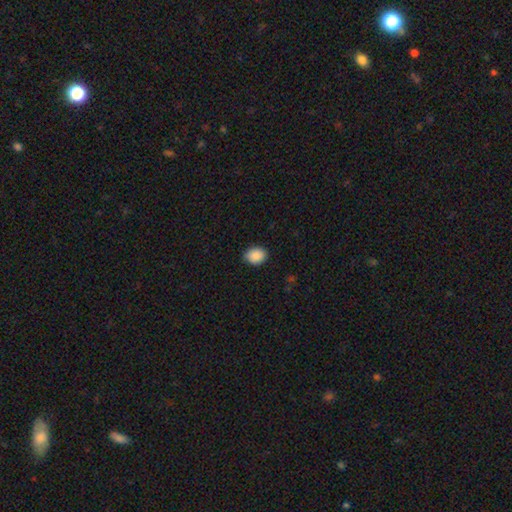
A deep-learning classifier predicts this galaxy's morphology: Smooth or featured? Predicted: smooth (p=0.89). How rounded? Predicted: in between (p=0.56). Merging? Predicted: none (p=0.89).